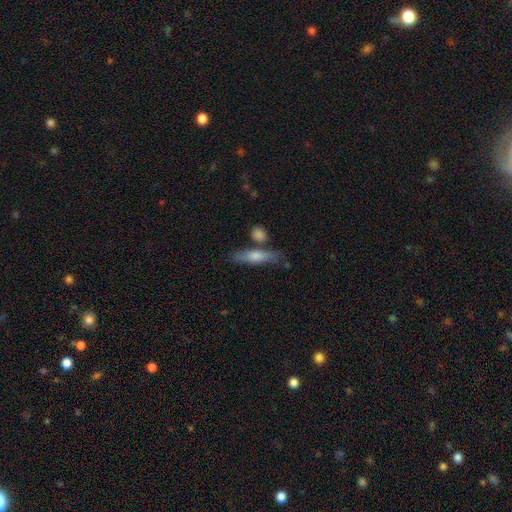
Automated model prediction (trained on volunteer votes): Overall: smooth (57%; featured or disk 36%). How rounded: cigar-shaped (75%). Merging: none (72%).